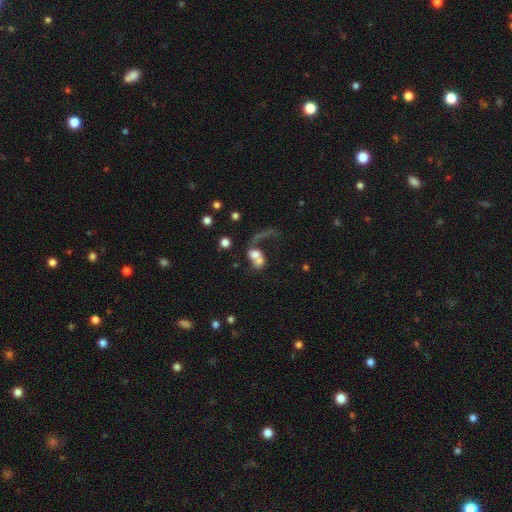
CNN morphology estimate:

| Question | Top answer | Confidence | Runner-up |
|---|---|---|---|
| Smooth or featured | smooth | 50% | featured or disk (37%) |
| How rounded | in between | 52% | round (45%) |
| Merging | merger | 57% | major disturbance (23%) |